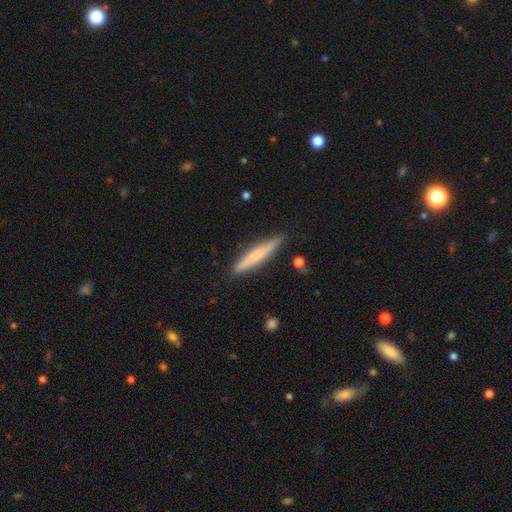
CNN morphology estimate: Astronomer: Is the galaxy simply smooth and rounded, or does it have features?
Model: smooth — 57% (runner-up: featured or disk, 36%).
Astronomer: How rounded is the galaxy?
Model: cigar-shaped — 91%.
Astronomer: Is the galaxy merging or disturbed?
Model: none — 86%.